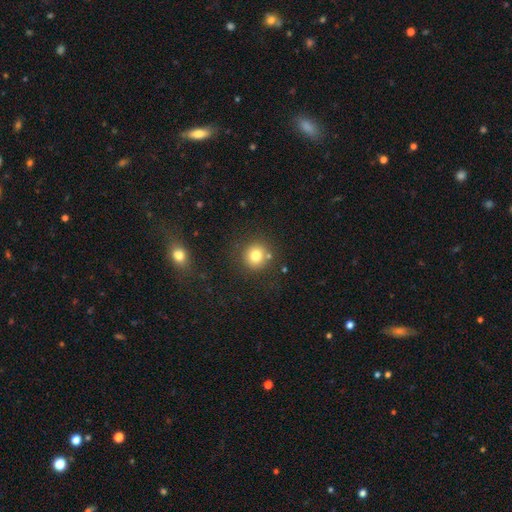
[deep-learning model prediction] Smooth or featured? Predicted: smooth (p=0.79). How rounded? Predicted: round (p=0.91). Merging? Predicted: none (p=0.80).